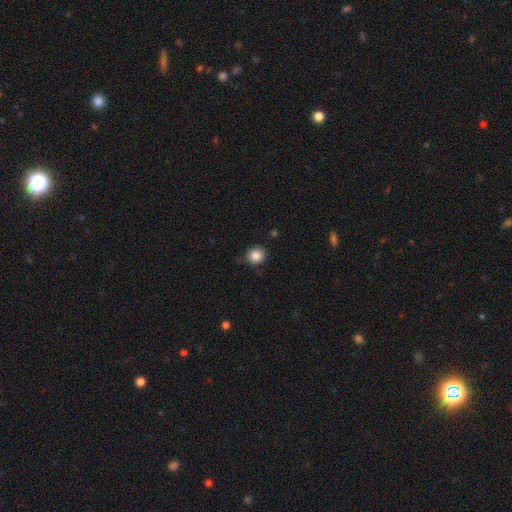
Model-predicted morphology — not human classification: A smooth galaxy with no disk features (86%) that is round (88%). Merging: none (83%).